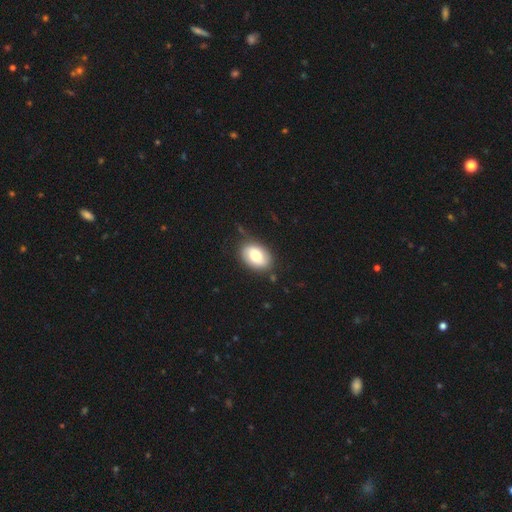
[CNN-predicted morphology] type=smooth (68%); roundness=in between (86%); merging=none (75%).